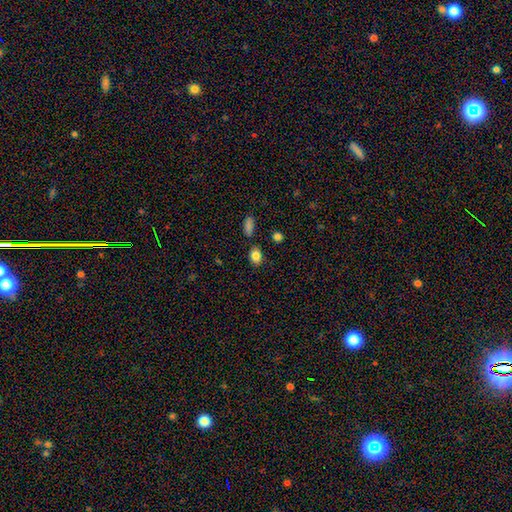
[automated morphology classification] smooth 84%, star or artifact 9%, featured or disk 6%. Down the decision tree: how rounded — in between (71%); merging — none (81%).